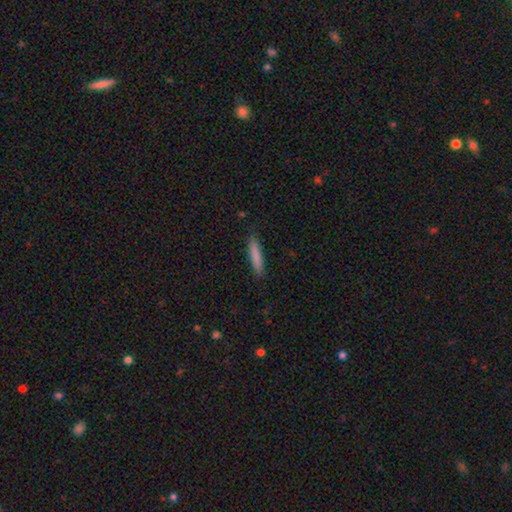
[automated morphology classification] The model was most divided on "smooth or featured": smooth: 84%, featured or disk: 10%, star or artifact: 6%. More confident: how rounded — cigar-shaped (87%); merging — none (87%).